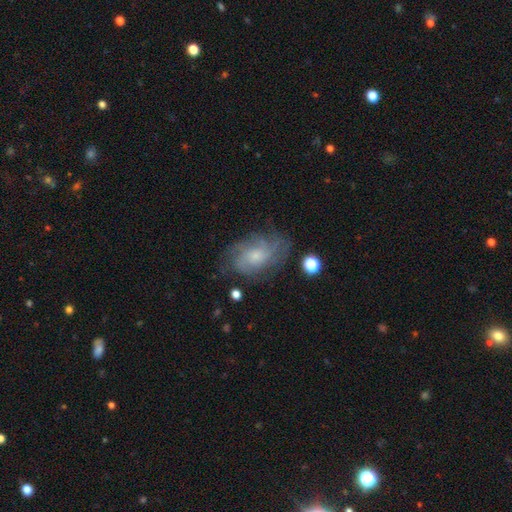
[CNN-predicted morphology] Q: Smooth or featured?
A: featured or disk (69%); runner-up: smooth (22%)
Q: Edge-on disk?
A: no (96%); runner-up: yes (4%)
Q: Bar?
A: no (74%); runner-up: weak (23%)
Q: Spiral arms?
A: yes (88%); runner-up: no (12%)
Q: Spiral winding?
A: tight (43%); runner-up: medium (40%)
Q: Spiral arm count?
A: can't tell (43%); runner-up: 3 (16%)
Q: Bulge size?
A: small (57%); runner-up: moderate (31%)
Q: Merging?
A: none (66%); runner-up: minor disturbance (21%)